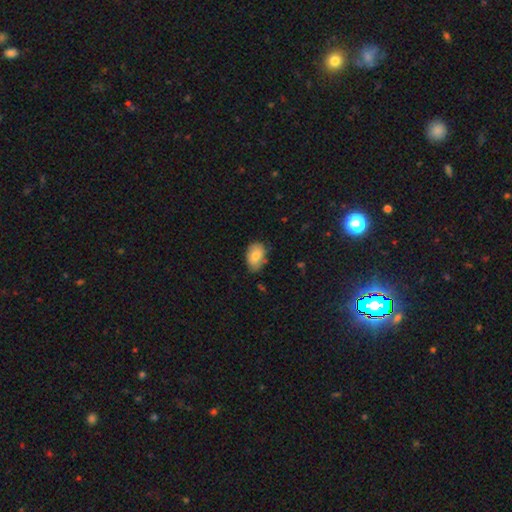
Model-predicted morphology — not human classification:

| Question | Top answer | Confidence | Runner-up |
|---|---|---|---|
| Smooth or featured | smooth | 81% | featured or disk (12%) |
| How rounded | in between | 87% | round (12%) |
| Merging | none | 69% | minor disturbance (25%) |